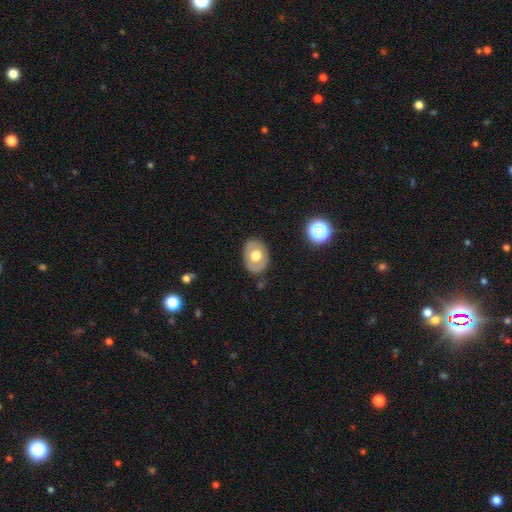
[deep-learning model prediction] Smooth or featured? smooth (58%)
How rounded? in between (72%)
Merging? none (82%)